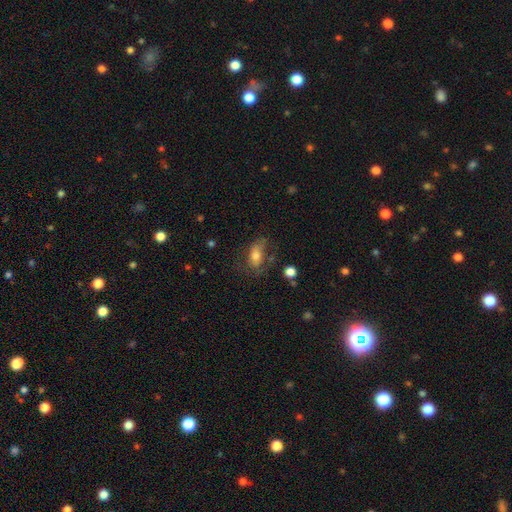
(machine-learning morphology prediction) Smooth or featured: smooth — 62% (featured or disk — 28%)
How rounded: in between — 84% (round — 11%)
Merging: none — 47% (minor disturbance — 26%)